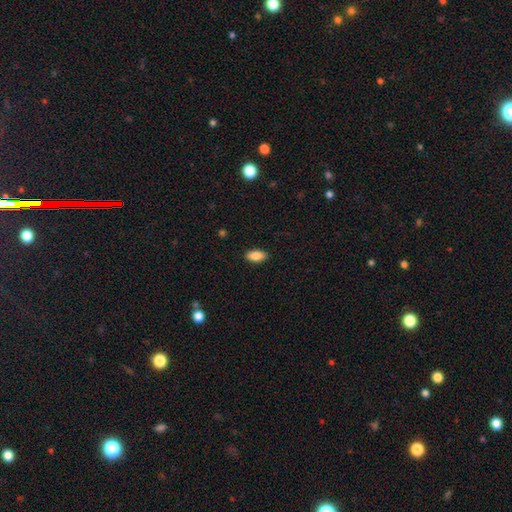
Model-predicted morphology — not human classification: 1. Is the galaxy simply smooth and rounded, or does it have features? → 87% smooth, 7% star or artifact, 6% featured or disk.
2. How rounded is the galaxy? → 91% in between, 6% cigar-shaped, 3% round.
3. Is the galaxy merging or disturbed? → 89% none, 8% minor disturbance, 2% major disturbance, 1% merger.